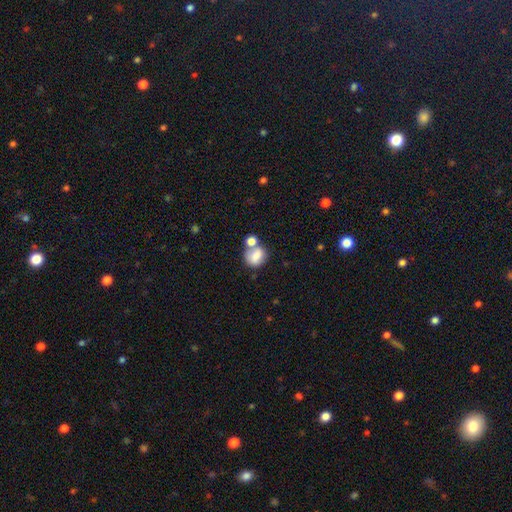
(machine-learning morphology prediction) Smooth or featured?
  - smooth: 78% *
  - featured or disk: 13%
  - star or artifact: 9%
How rounded?
  - round: 50% *
  - in between: 49%
  - cigar-shaped: 1%
Merging?
  - merger: 46% *
  - none: 36%
  - minor disturbance: 12%
  - major disturbance: 6%